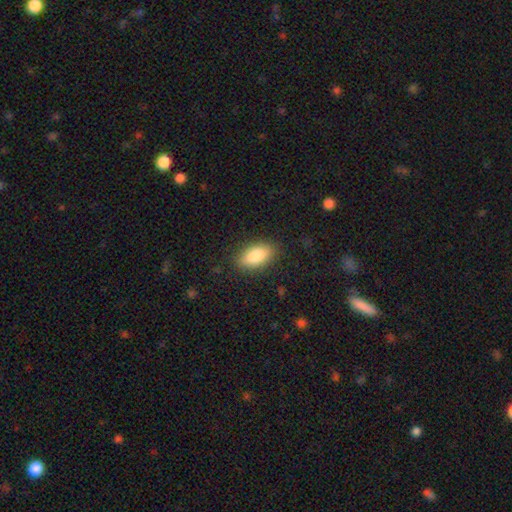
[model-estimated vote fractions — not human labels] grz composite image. It shows a smooth galaxy with no disk features (85%) that is in between round and cigar-shaped (91%). Merging: none (86%).